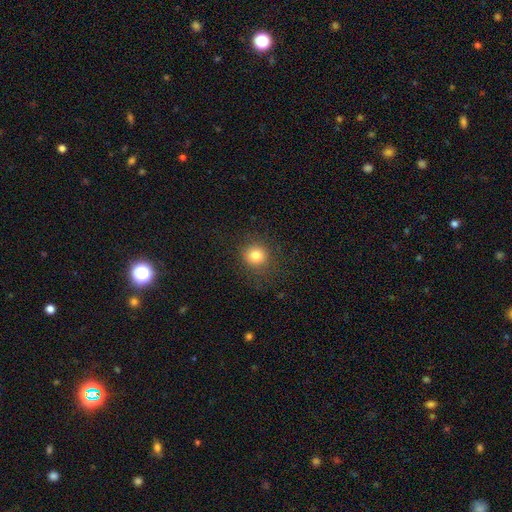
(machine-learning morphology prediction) This is clearly a smooth galaxy (81%). How rounded: clearly round (90%). Merging: clearly none (86%).